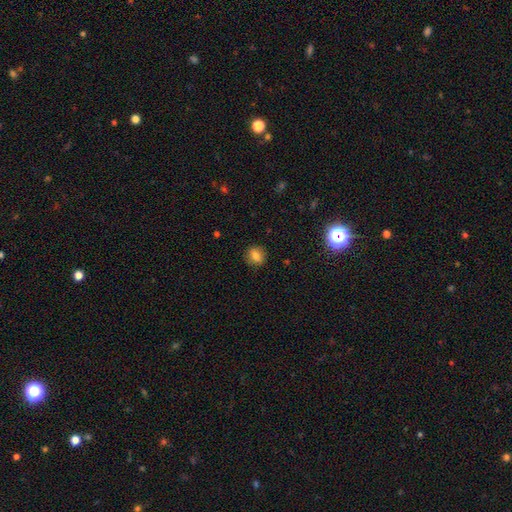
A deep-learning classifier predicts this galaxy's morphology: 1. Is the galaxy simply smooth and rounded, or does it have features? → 77% smooth, 12% star or artifact, 11% featured or disk.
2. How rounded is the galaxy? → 78% round, 21% in between, 1% cigar-shaped.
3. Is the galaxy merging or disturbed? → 88% none, 9% minor disturbance, 2% major disturbance, 1% merger.